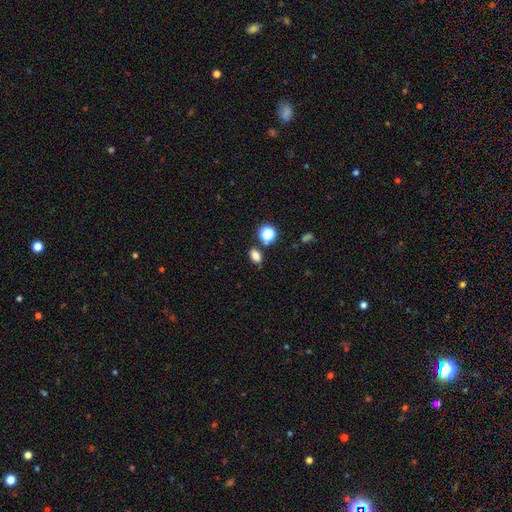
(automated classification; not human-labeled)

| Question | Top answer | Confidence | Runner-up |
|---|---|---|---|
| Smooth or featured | smooth | 79% | star or artifact (16%) |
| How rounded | in between | 78% | round (19%) |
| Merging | none | 79% | minor disturbance (10%) |